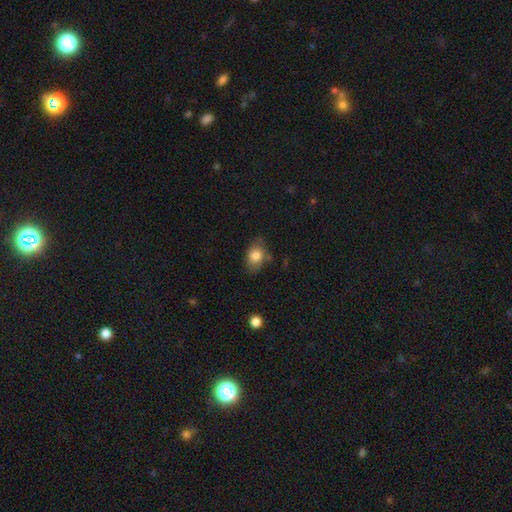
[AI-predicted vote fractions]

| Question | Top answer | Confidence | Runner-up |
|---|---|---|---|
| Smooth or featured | smooth | 79% | featured or disk (13%) |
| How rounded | in between | 78% | round (20%) |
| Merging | none | 67% | minor disturbance (24%) |